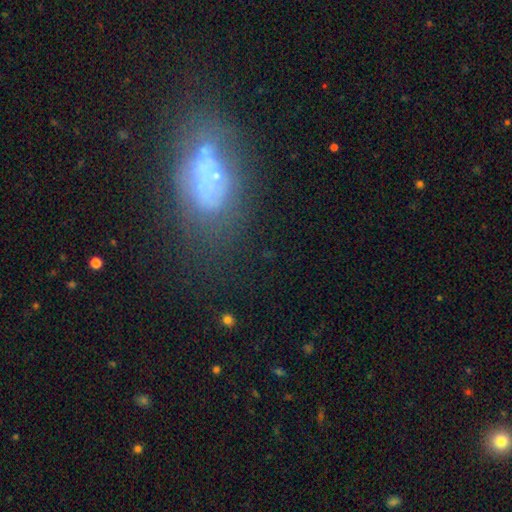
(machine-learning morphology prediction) Q: Smooth or featured?
A: smooth (48%); runner-up: featured or disk (32%)
Q: Merging?
A: none (56%); runner-up: minor disturbance (22%)